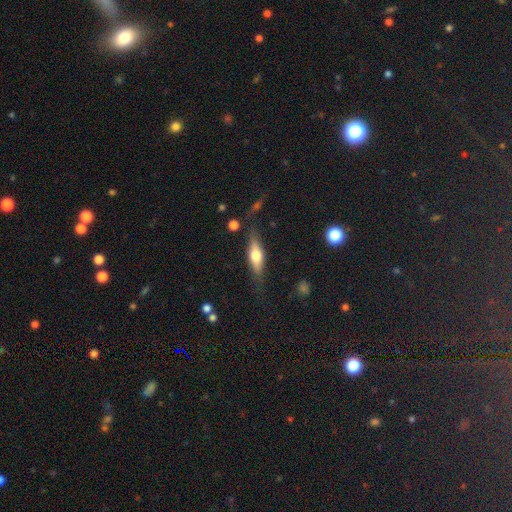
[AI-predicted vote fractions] A smooth galaxy with no disk features (55%) that is cigar-shaped (49%). Merging: none (75%).